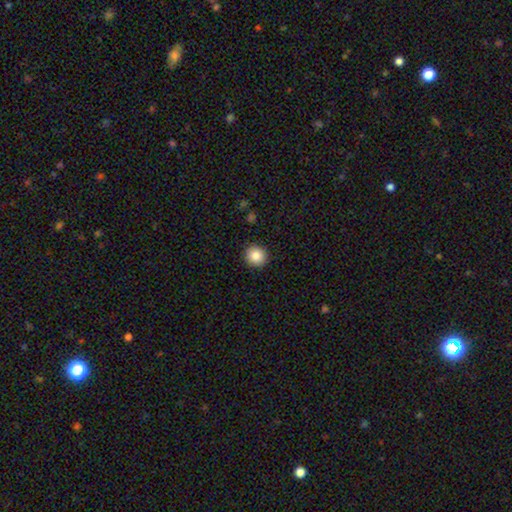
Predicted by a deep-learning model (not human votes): smooth 85%, star or artifact 9%, featured or disk 5%. Down the decision tree: how rounded — round (91%); merging — none (92%).